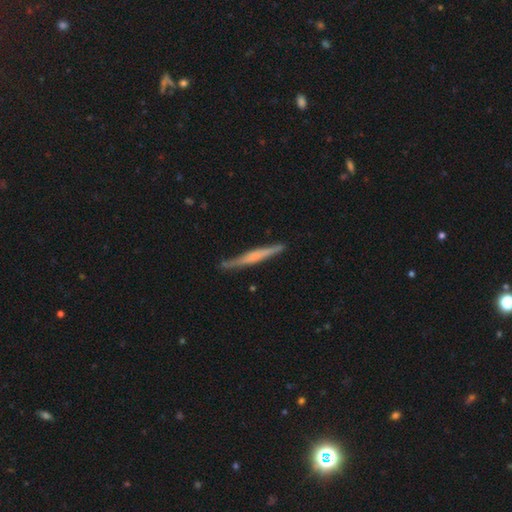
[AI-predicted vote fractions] featured or disk 61%, smooth 33%, star or artifact 5%. Down the decision tree: edge-on disk — yes (97%); edge-on bulge — rounded (38%); merging — none (85%).